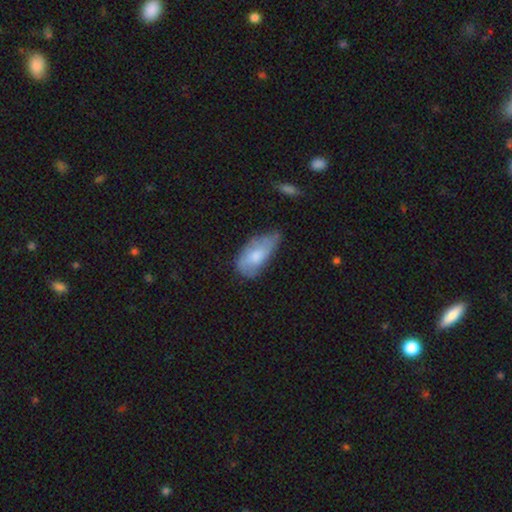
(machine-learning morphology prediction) Smooth or featured?
  - smooth: 64% *
  - featured or disk: 29%
  - star or artifact: 7%
How rounded?
  - in between: 90% *
  - cigar-shaped: 7%
  - round: 3%
Merging?
  - minor disturbance: 43% *
  - none: 37%
  - major disturbance: 17%
  - merger: 3%